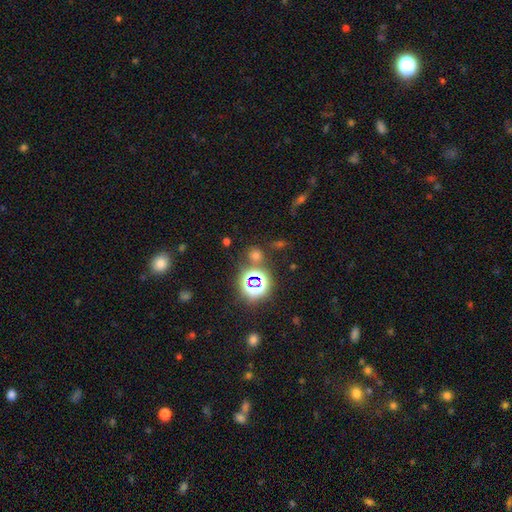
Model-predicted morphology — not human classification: Overall: smooth (50%; star or artifact 42%). How rounded: round (79%). Merging: none (75%).